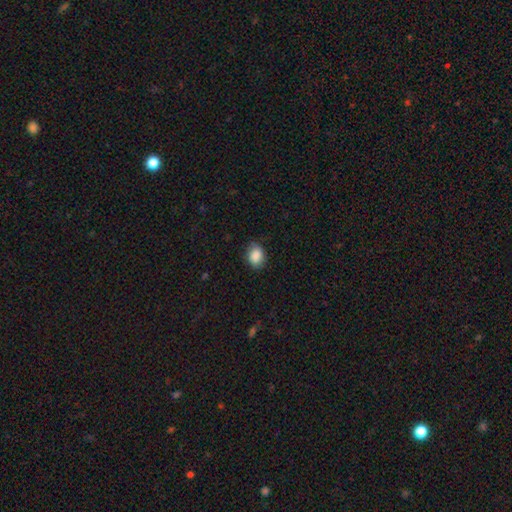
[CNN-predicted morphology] This appears to be a smooth galaxy with no disk features (88%) that is in between round and cigar-shaped (63%). Merging: none (80%).